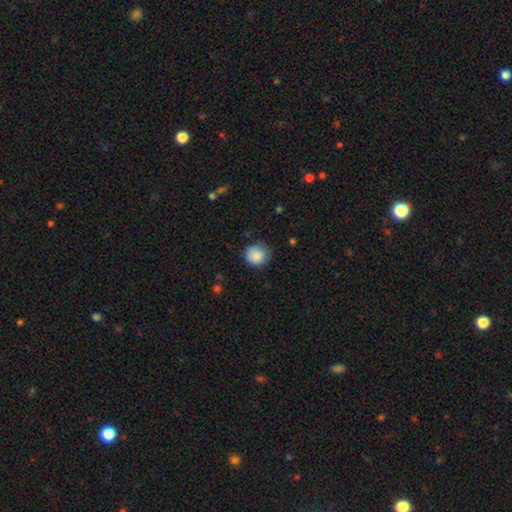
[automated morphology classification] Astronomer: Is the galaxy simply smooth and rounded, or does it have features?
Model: smooth — 86%.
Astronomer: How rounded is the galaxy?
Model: round — 89%.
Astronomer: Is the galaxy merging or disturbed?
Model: none — 75%.